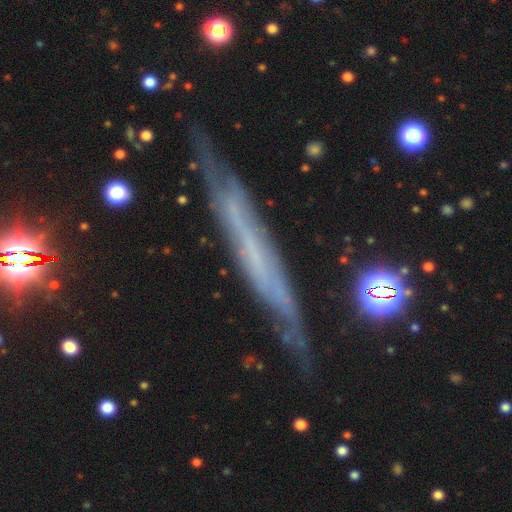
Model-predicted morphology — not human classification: A featured or disk galaxy (66%) viewed edge-on (83%) with no central bulge (77%). Merging: none (70%).